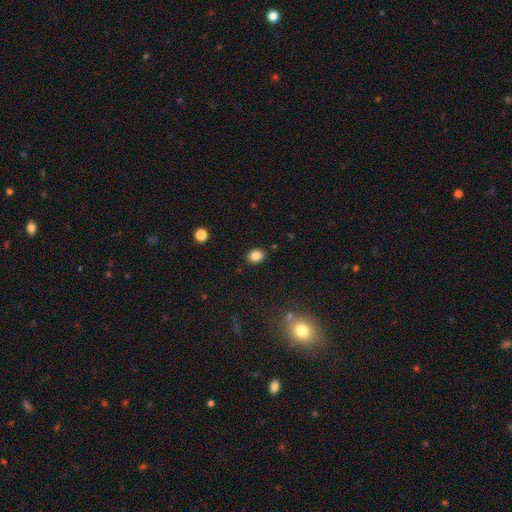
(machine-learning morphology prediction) This appears to be a smooth galaxy with no disk features (85%) that is in between round and cigar-shaped (55%). Merging: none (88%).